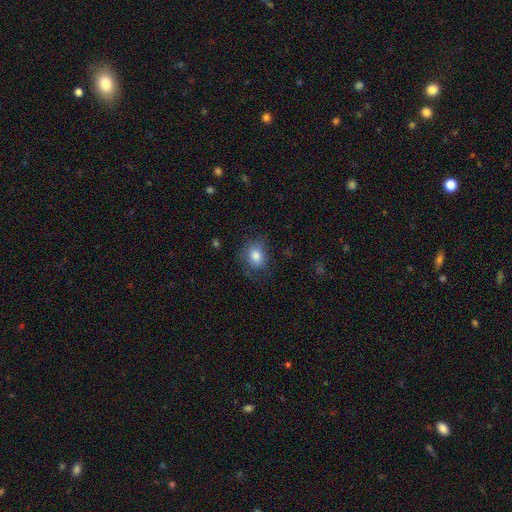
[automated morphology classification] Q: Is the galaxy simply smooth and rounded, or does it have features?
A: smooth — 80%.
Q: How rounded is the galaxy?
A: round — 60%.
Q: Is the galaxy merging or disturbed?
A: none — 67%.